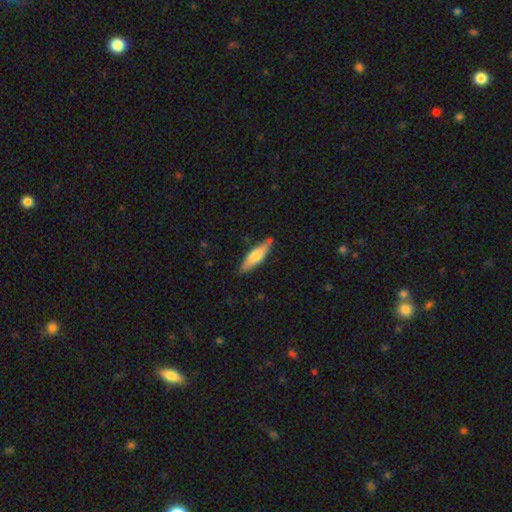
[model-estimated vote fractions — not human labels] Morphology: type=smooth (66%); roundness=cigar-shaped (68%); merging=none (78%).